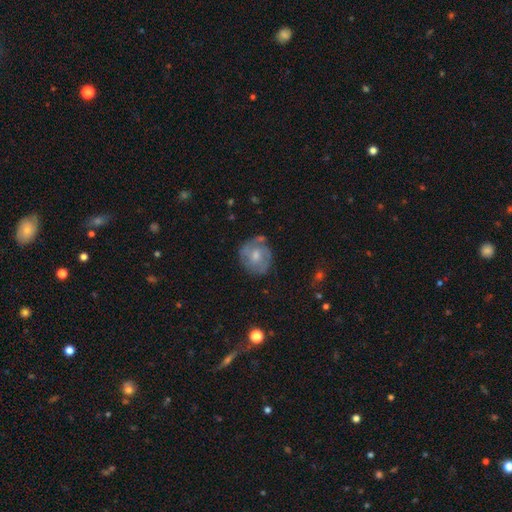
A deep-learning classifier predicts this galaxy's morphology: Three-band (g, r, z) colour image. It shows a featured or disk galaxy (57%) with no bar (63%), spiral arms (68%) and a moderate central bulge (54%). Merging: none (64%).